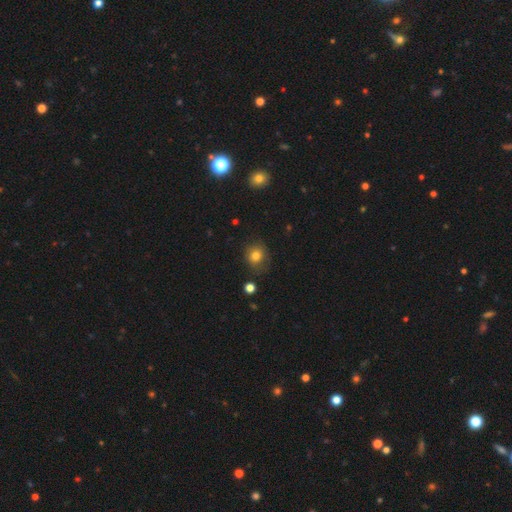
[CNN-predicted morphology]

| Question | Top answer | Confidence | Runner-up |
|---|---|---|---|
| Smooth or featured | smooth | 79% | star or artifact (13%) |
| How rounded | round | 78% | in between (21%) |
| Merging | none | 75% | minor disturbance (18%) |